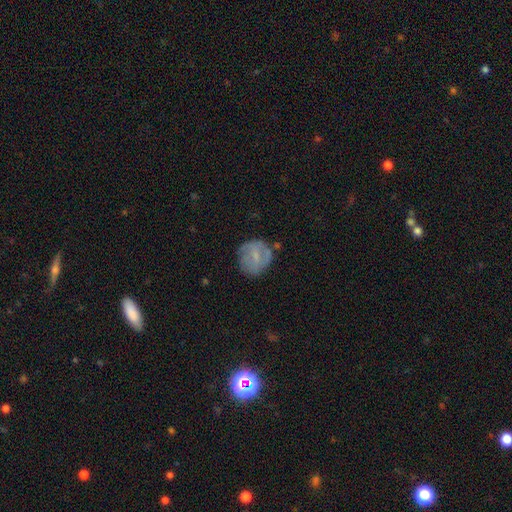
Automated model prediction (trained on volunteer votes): Smooth or featured? smooth (58%)
How rounded? round (82%)
Merging? none (64%)